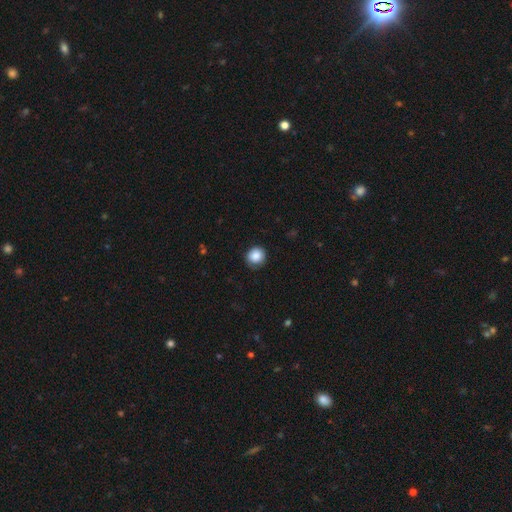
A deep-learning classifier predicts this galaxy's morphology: smooth-or-featured: smooth: 87% | star or artifact: 8% | featured or disk: 5%
  how-rounded: round: 89% | in between: 10% | cigar-shaped: 1%
  merging: none: 82% | minor disturbance: 14% | major disturbance: 3% | merger: 1%